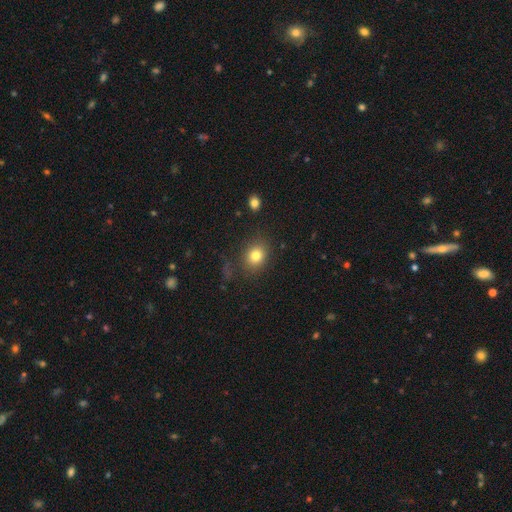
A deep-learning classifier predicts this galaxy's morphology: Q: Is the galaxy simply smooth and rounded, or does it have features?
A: smooth — 79%.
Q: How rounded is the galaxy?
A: round — 64%.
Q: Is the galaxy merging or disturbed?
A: none — 81%.